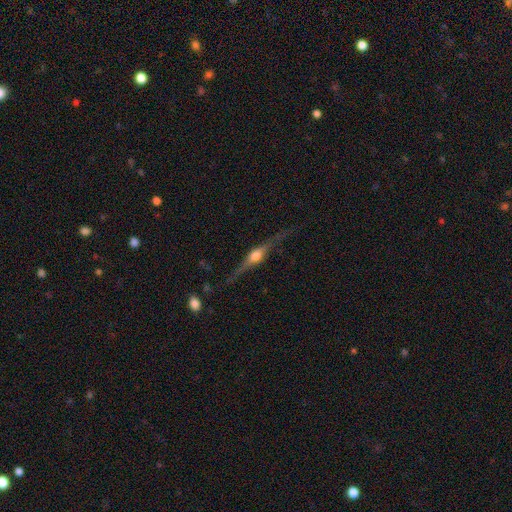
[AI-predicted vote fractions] Q: Smooth or featured?
A: featured or disk (85%); runner-up: smooth (10%)
Q: Edge-on disk?
A: yes (97%); runner-up: no (3%)
Q: Edge-on bulge?
A: rounded (93%); runner-up: boxy (5%)
Q: Merging?
A: none (84%); runner-up: minor disturbance (11%)